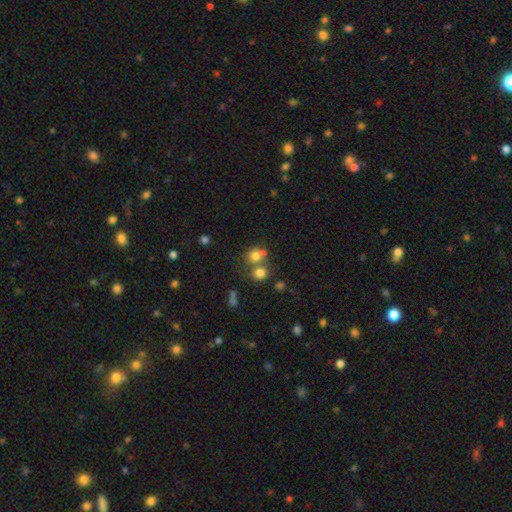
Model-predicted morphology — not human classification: This is likely a smooth galaxy (75%). How rounded: likely round (79%). Merging: possibly none (49%).